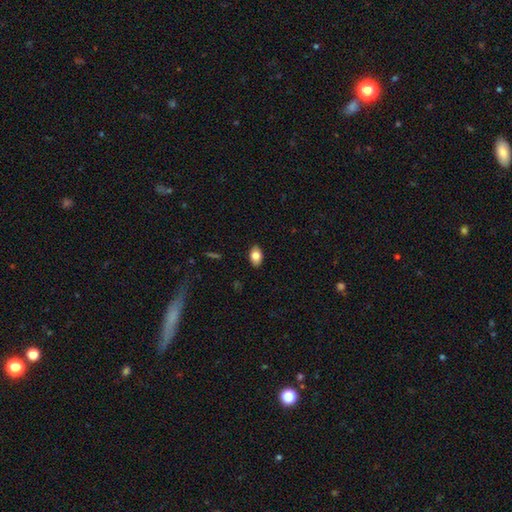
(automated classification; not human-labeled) A smooth galaxy with no disk features (81%) that is in between round and cigar-shaped (88%).

Vote fractions:
- Smooth or featured? smooth: 81% / featured or disk: 11% / star or artifact: 8%
- How rounded? in between: 88% / round: 11% / cigar-shaped: 2%
- Merging? none: 88% / minor disturbance: 10% / major disturbance: 2% / merger: 1%